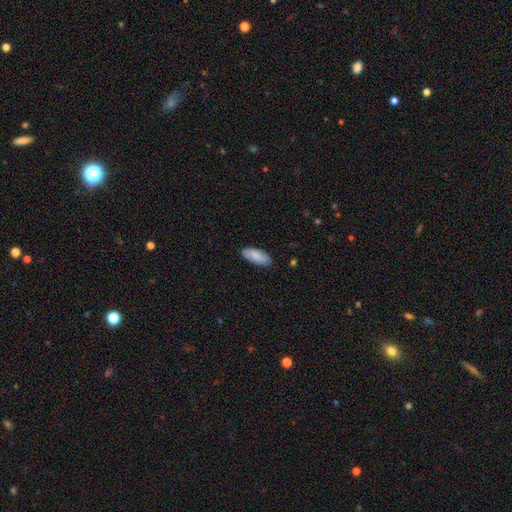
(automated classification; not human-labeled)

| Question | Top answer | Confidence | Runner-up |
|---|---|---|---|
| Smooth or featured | smooth | 86% | featured or disk (9%) |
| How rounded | in between | 83% | cigar-shaped (15%) |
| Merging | none | 87% | minor disturbance (10%) |